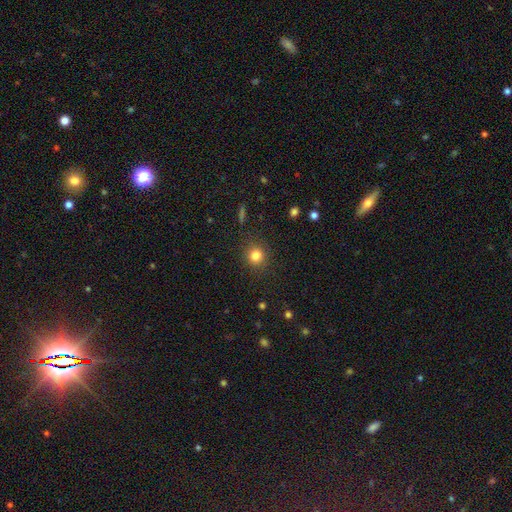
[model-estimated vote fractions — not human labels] smooth_or_featured: smooth (p=0.82) [alt: star or artifact p=0.12]
how_rounded: round (p=0.91) [alt: in between p=0.08]
merging: none (p=0.89) [alt: minor disturbance p=0.07]